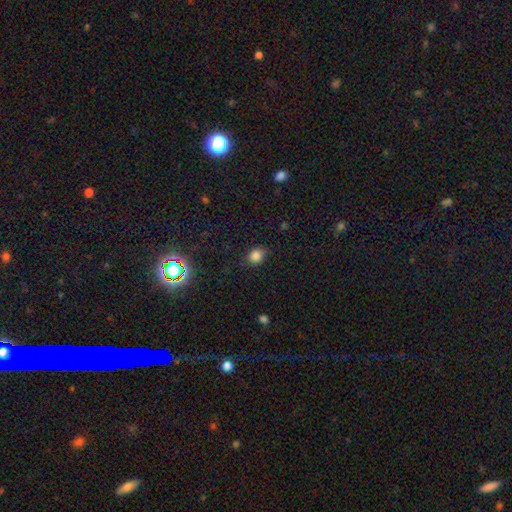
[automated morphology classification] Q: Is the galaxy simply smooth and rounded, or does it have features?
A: smooth — 82%.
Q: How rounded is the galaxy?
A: round — 59%.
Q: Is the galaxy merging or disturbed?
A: none — 76%.